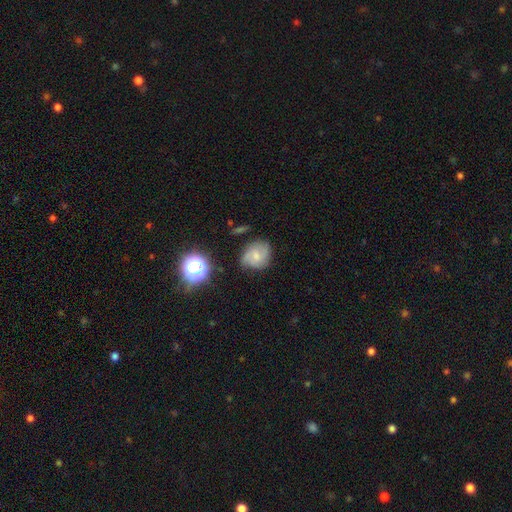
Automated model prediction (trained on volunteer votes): Overall: smooth (51%; featured or disk 38%). How rounded: round (64%; in between 35%). Merging: none (60%; minor disturbance 29%).